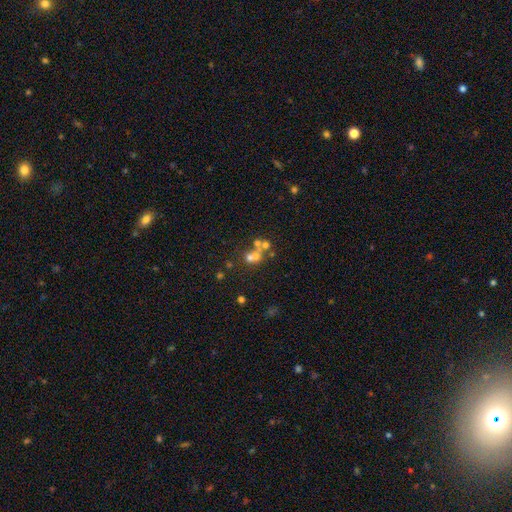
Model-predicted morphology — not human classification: type=smooth (47%); merging=merger (52%).